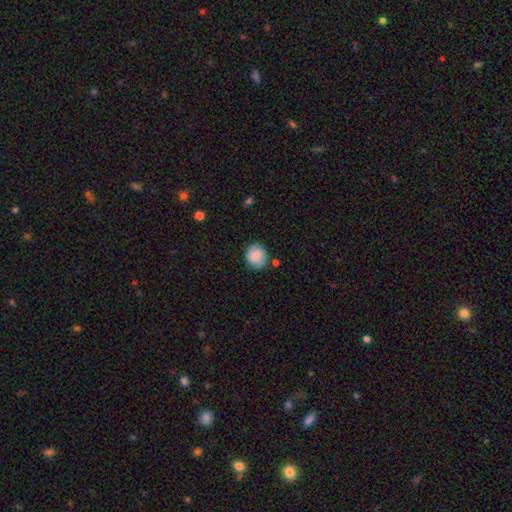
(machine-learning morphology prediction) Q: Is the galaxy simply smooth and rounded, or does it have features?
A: smooth — 86%.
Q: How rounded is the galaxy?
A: round — 80%.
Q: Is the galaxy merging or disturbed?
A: none — 79%.